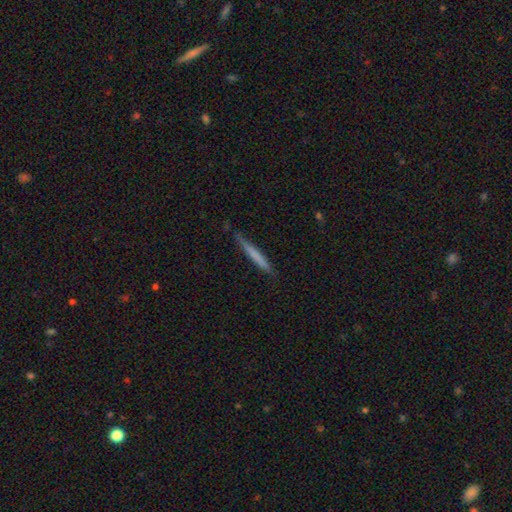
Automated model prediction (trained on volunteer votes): Smooth or featured?
  - smooth: 64% *
  - featured or disk: 30%
  - star or artifact: 5%
How rounded?
  - cigar-shaped: 96% *
  - in between: 3%
  - round: 1%
Merging?
  - none: 82% *
  - minor disturbance: 15%
  - major disturbance: 2%
  - merger: 2%